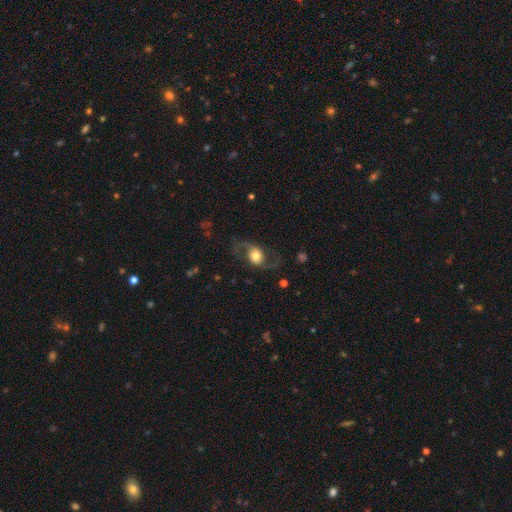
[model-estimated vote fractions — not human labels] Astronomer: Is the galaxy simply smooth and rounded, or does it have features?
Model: featured or disk — 66%.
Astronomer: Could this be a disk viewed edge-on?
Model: no — 94%.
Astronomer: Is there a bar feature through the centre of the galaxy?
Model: no — 67%.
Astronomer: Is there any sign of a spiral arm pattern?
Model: yes — 88%.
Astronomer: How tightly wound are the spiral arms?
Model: loose — 70%.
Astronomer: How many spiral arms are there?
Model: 2 — 92%.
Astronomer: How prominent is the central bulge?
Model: moderate — 47% (runner-up: large, 35%).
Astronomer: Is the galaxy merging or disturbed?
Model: none — 68%.